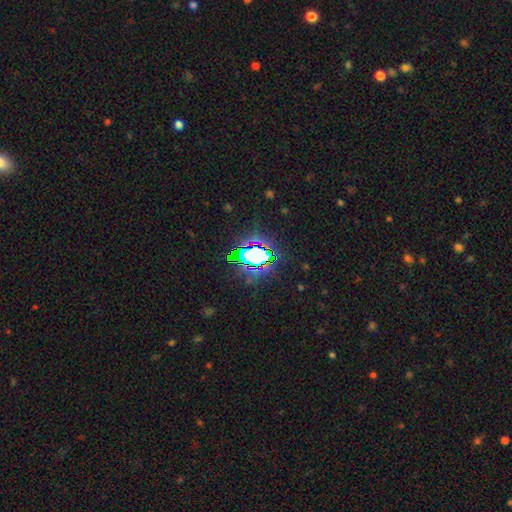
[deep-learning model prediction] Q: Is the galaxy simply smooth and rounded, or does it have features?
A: star or artifact — 68%.